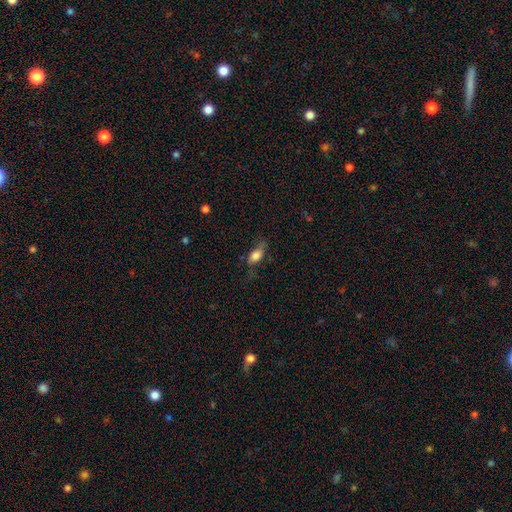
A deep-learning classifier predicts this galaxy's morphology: smooth-or-featured: smooth: 74% | featured or disk: 17% | star or artifact: 9%
  how-rounded: in between: 79% | cigar-shaped: 14% | round: 7%
  merging: none: 56% | minor disturbance: 28% | major disturbance: 15% | merger: 2%